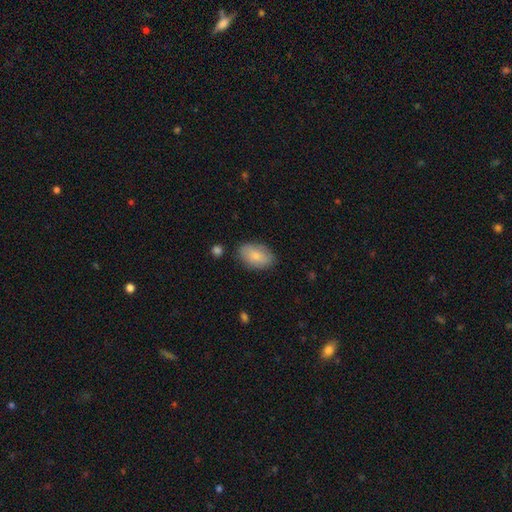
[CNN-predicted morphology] A smooth galaxy with no disk features (75%) that is in between round and cigar-shaped (89%).

Vote fractions:
- Smooth or featured? smooth: 75% / featured or disk: 19% / star or artifact: 6%
- How rounded? in between: 89% / round: 10% / cigar-shaped: 1%
- Merging? none: 79% / minor disturbance: 16% / major disturbance: 3% / merger: 2%